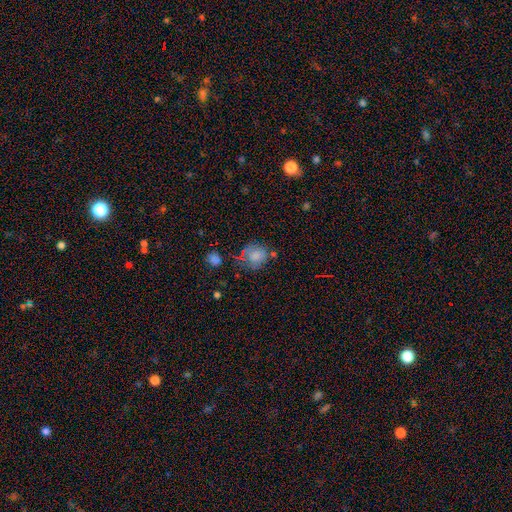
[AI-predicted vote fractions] Smooth or featured? smooth (75%)
How rounded? round (75%)
Merging? none (57%)